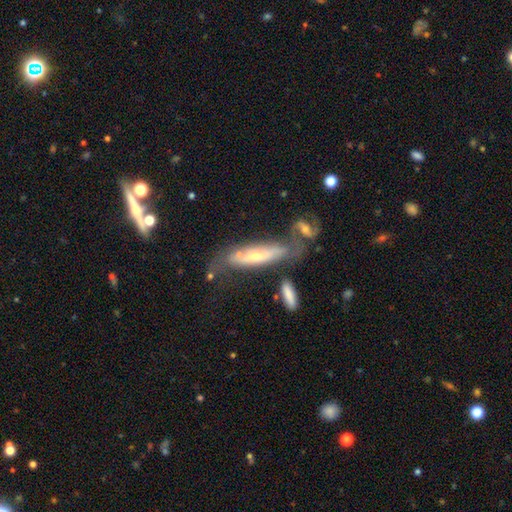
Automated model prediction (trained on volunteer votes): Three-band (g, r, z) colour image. It shows a featured or disk galaxy (59%). Merging: none (46%).